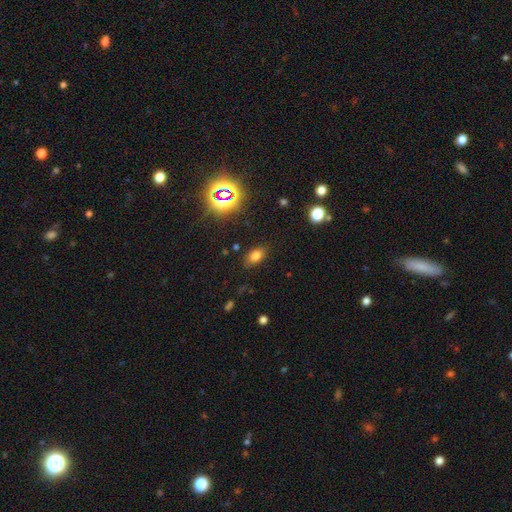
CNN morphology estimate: Smooth or featured? smooth (72%)
How rounded? in between (86%)
Merging? none (83%)